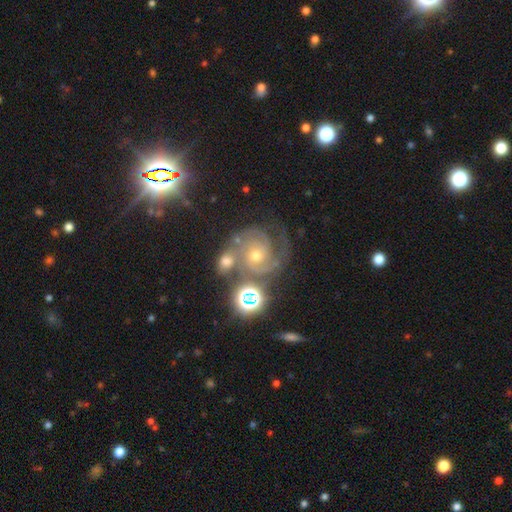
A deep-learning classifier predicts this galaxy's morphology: A featured or disk galaxy (82%) with no bar (73%), 2 (56%) tight (57%) spiral arms (97%) and a moderate central bulge (52%). Merging: none (52%).